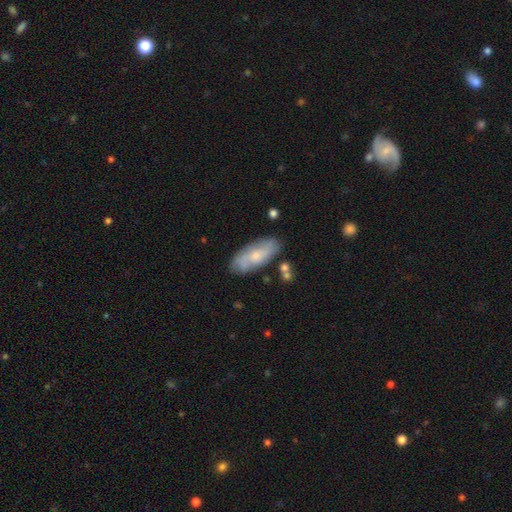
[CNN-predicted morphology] smooth_or_featured: featured or disk (p=0.47) [alt: smooth p=0.46]
merging: none (p=0.74) [alt: minor disturbance p=0.18]